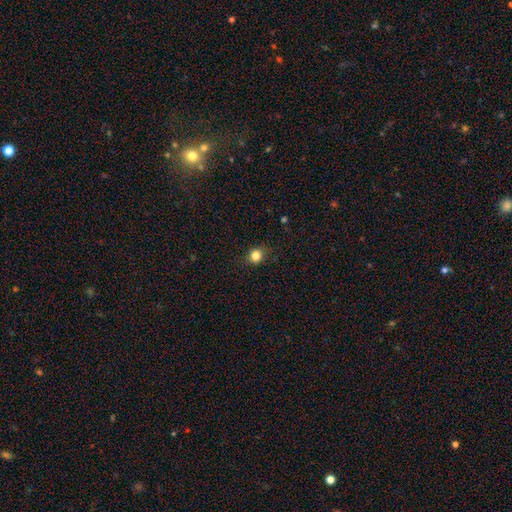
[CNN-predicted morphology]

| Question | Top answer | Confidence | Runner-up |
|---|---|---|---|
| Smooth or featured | smooth | 83% | star or artifact (12%) |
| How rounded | round | 83% | in between (16%) |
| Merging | none | 86% | minor disturbance (10%) |